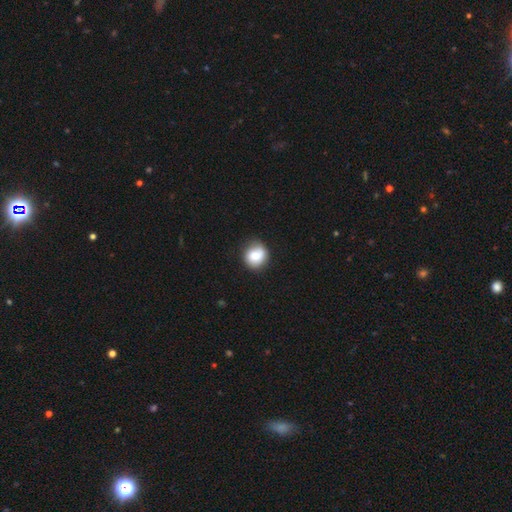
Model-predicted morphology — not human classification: The model was most divided on "merging": none: 74%, minor disturbance: 19%, major disturbance: 4%, merger: 2%. More confident: how rounded — round (84%); smooth or featured — smooth (76%).